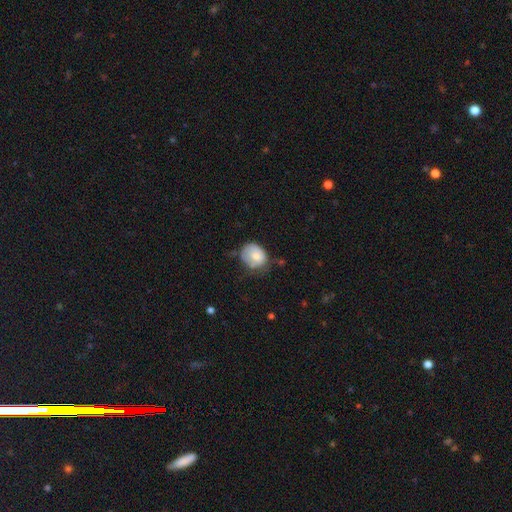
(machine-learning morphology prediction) type=smooth (73%); roundness=round (55%); merging=none (43%).